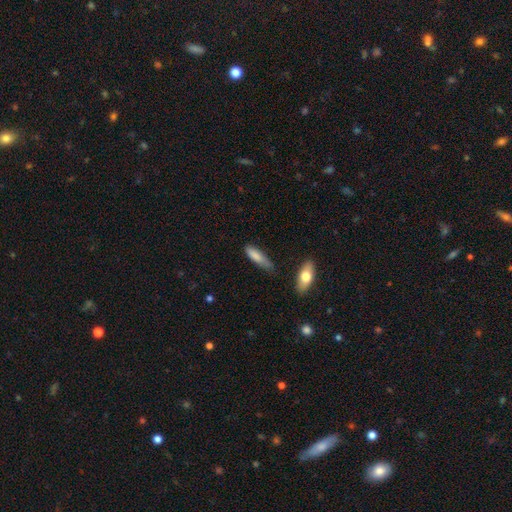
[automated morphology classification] smooth-or-featured: smooth: 81% | featured or disk: 12% | star or artifact: 6%
  how-rounded: cigar-shaped: 61% | in between: 37% | round: 2%
  merging: none: 54% | minor disturbance: 34% | major disturbance: 7% | merger: 4%